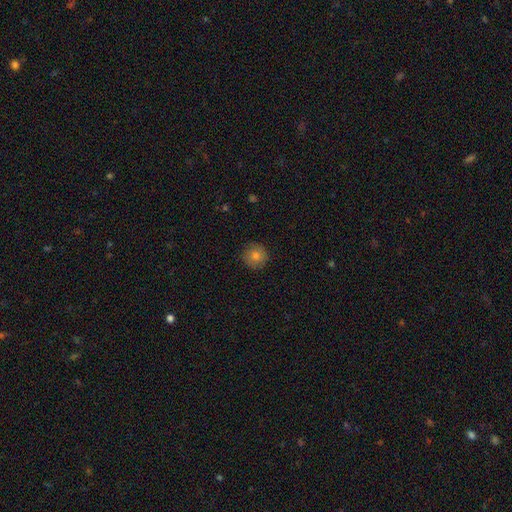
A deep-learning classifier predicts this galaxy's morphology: A smooth galaxy with no disk features (77%) that is round (95%).

Vote fractions:
- Smooth or featured? smooth: 77% / featured or disk: 12% / star or artifact: 11%
- How rounded? round: 95% / in between: 4% / cigar-shaped: 1%
- Merging? none: 88% / minor disturbance: 9% / major disturbance: 2% / merger: 1%